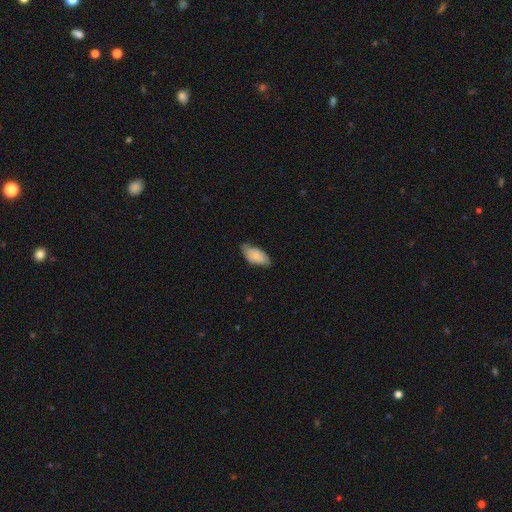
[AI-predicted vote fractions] Smooth or featured? Predicted: smooth (p=0.77). How rounded? Predicted: in between (p=0.92). Merging? Predicted: none (p=0.66).